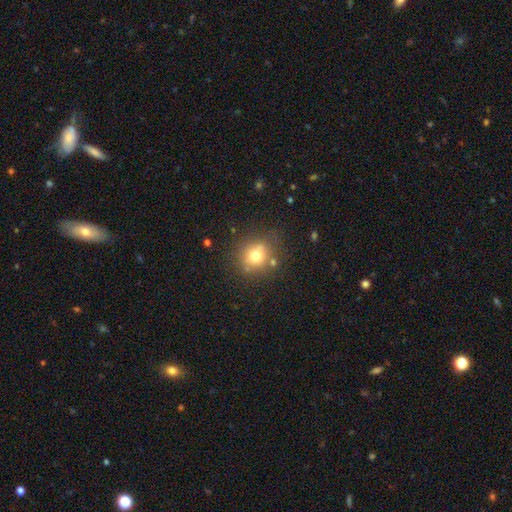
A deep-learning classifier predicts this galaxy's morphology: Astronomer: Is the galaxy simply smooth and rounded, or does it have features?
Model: smooth — 71%.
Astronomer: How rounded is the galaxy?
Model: round — 84%.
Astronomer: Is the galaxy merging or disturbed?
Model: none — 74%.